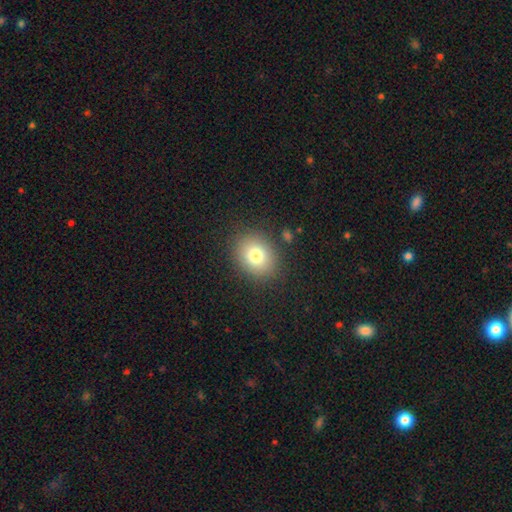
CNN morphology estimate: The model was most divided on "how rounded": round: 59%, in between: 40%, cigar-shaped: 1%. More confident: merging — none (85%); smooth or featured — smooth (78%).